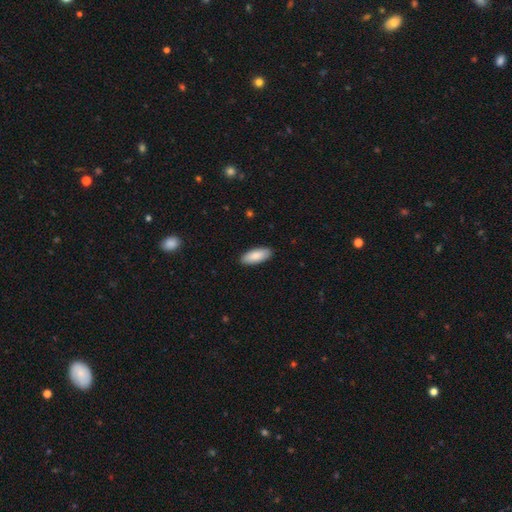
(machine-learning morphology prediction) This appears to be a smooth galaxy with no disk features (88%) that is in between round and cigar-shaped (82%). Merging: none (89%).